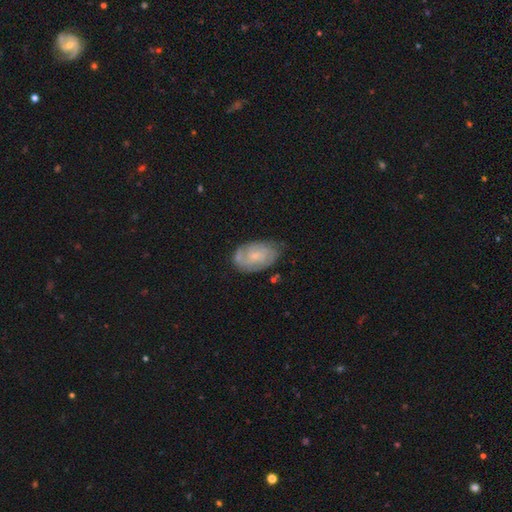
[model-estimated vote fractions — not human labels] smooth_or_featured: featured or disk (p=0.69) [alt: smooth p=0.24]
disk_edge_on: no (p=0.97) [alt: yes p=0.03]
bar: no (p=0.67) [alt: weak p=0.29]
has_spiral_arms: yes (p=0.88) [alt: no p=0.12]
spiral_winding: tight (p=0.58) [alt: medium p=0.33]
spiral_arm_count: 2 (p=0.36) [tied with: can't tell p=0.36]
bulge_size: small (p=0.72) [alt: moderate p=0.20]
merging: none (p=0.66) [alt: minor disturbance p=0.25]